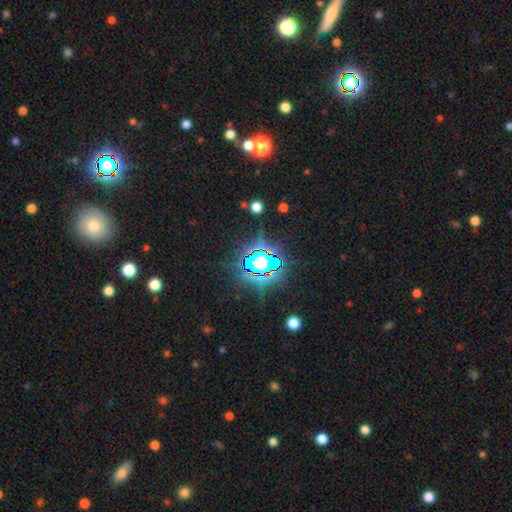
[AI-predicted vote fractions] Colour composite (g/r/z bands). It shows a star or artifact, not a galaxy (82%).